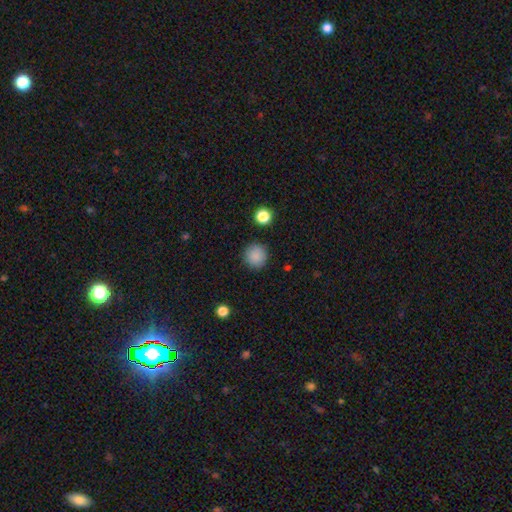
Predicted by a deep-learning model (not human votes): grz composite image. It shows a smooth galaxy with no disk features (87%) that is round (94%). Merging: none (90%).